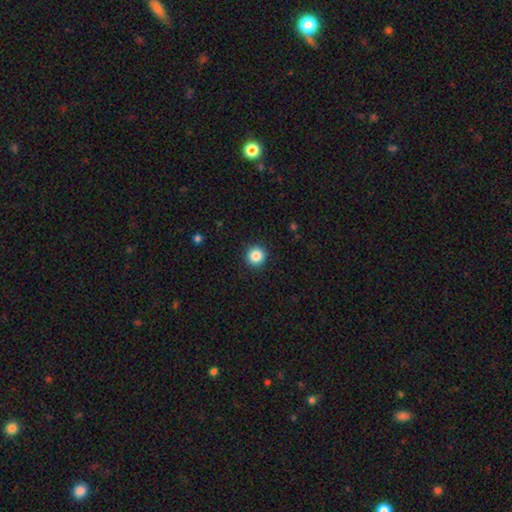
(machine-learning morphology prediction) smooth 86%, star or artifact 10%, featured or disk 4%. Down the decision tree: how rounded — round (95%); merging — none (93%).